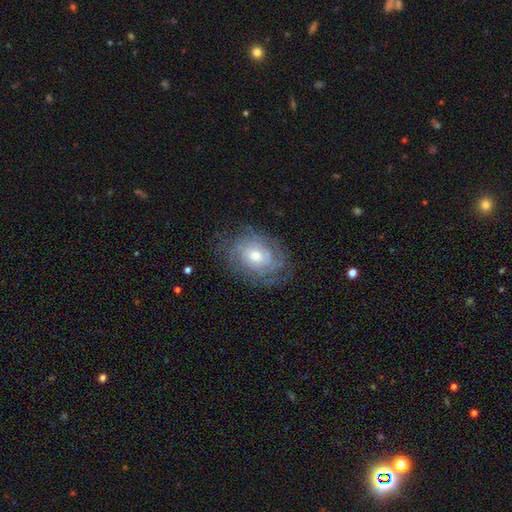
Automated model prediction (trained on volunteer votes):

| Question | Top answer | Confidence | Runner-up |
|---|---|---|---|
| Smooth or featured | featured or disk | 69% | smooth (23%) |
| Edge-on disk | no | 96% | yes (4%) |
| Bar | no | 75% | weak (21%) |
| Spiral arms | yes | 82% | no (18%) |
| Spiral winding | tight | 68% | medium (23%) |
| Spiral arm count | can't tell | 58% | 2 (14%) |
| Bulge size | moderate | 53% | small (40%) |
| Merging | none | 74% | minor disturbance (17%) |